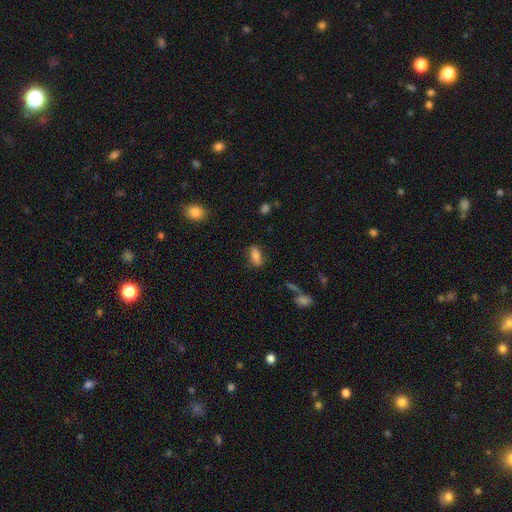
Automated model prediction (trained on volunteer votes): smooth-or-featured: smooth: 77% | featured or disk: 14% | star or artifact: 9%
  how-rounded: in between: 80% | cigar-shaped: 14% | round: 6%
  merging: none: 79% | minor disturbance: 15% | major disturbance: 4% | merger: 2%